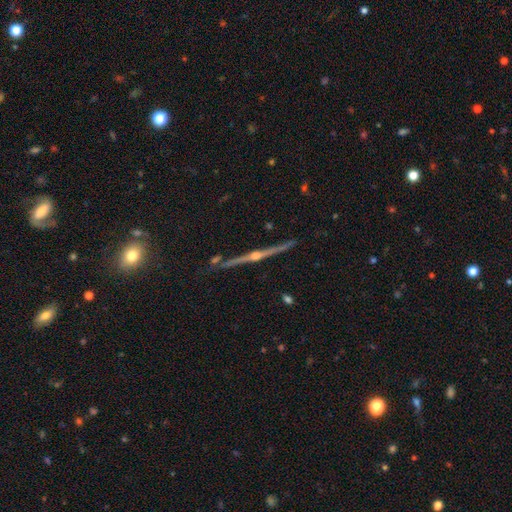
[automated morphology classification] Smooth or featured: featured or disk — 81% (smooth — 10%)
Edge-on disk: yes — 97% (no — 3%)
Edge-on bulge: rounded — 85% (none — 9%)
Merging: none — 86% (minor disturbance — 8%)